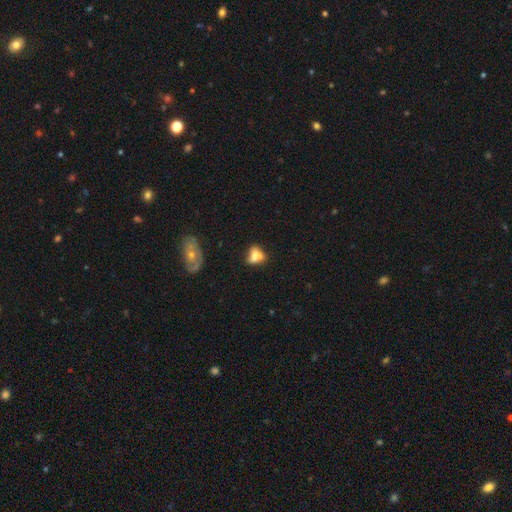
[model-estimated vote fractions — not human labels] A smooth galaxy with no disk features (67%) that is in between round and cigar-shaped (74%).

Vote fractions:
- Smooth or featured? smooth: 67% / featured or disk: 23% / star or artifact: 10%
- How rounded? in between: 74% / round: 21% / cigar-shaped: 4%
- Merging? none: 38% / minor disturbance: 25% / merger: 23% / major disturbance: 14%